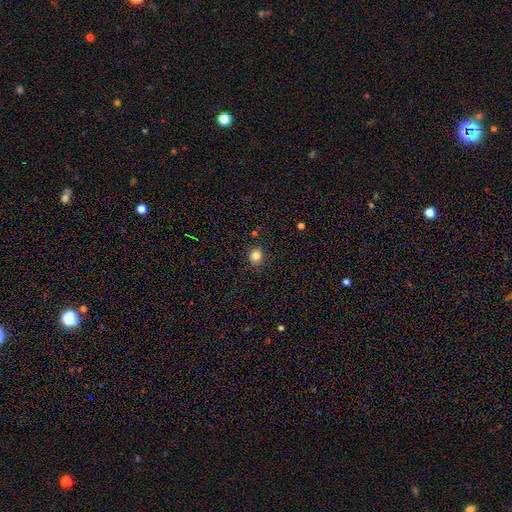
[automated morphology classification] Smooth or featured: smooth — 82% (star or artifact — 13%)
How rounded: round — 85% (in between — 15%)
Merging: none — 89% (minor disturbance — 7%)